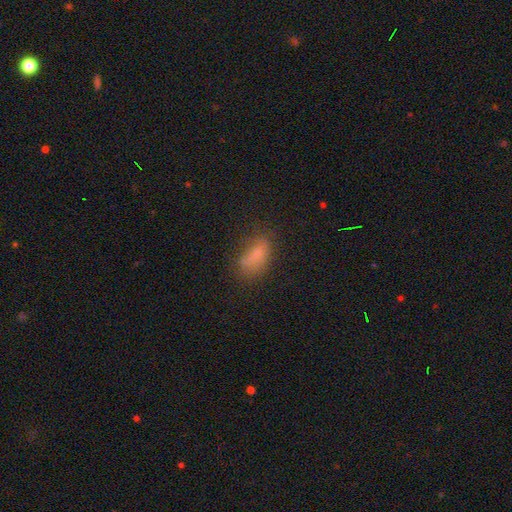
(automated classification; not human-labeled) smooth-or-featured: smooth: 73% | featured or disk: 14% | star or artifact: 13%
  how-rounded: in between: 80% | cigar-shaped: 15% | round: 5%
  merging: none: 54% | minor disturbance: 26% | major disturbance: 16% | merger: 4%